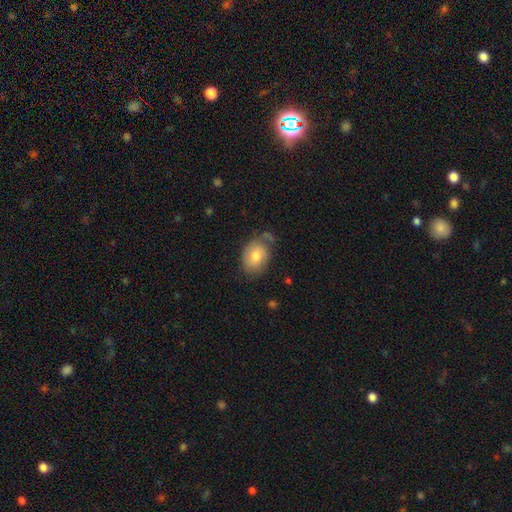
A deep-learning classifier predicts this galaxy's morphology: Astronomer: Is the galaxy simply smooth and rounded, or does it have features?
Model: smooth — 65%.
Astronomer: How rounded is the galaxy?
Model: in between — 74%.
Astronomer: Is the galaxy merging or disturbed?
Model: none — 57%.